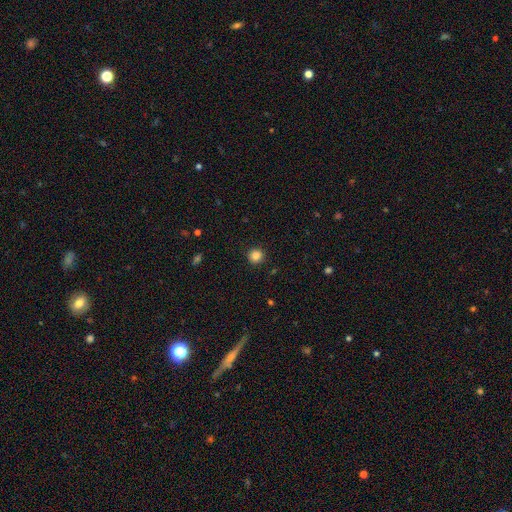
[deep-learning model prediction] A smooth galaxy with no disk features (85%) that is round (93%).

Vote fractions:
- Smooth or featured? smooth: 85% / star or artifact: 11% / featured or disk: 4%
- How rounded? round: 93% / in between: 6% / cigar-shaped: 1%
- Merging? none: 91% / minor disturbance: 6% / major disturbance: 2% / merger: 1%